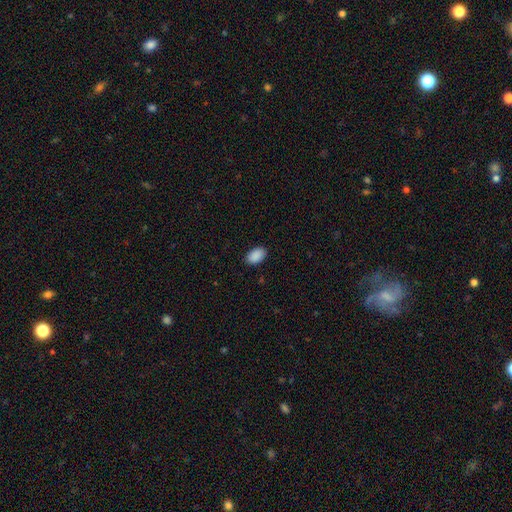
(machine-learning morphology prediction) type=smooth (91%); roundness=in between (92%); merging=none (89%).